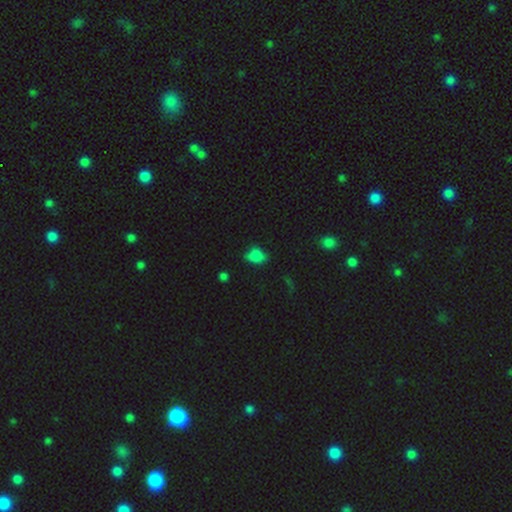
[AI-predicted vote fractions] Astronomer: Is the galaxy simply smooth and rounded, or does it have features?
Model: smooth — 80%.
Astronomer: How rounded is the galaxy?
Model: in between — 68%.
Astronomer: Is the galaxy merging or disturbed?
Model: none — 59%.